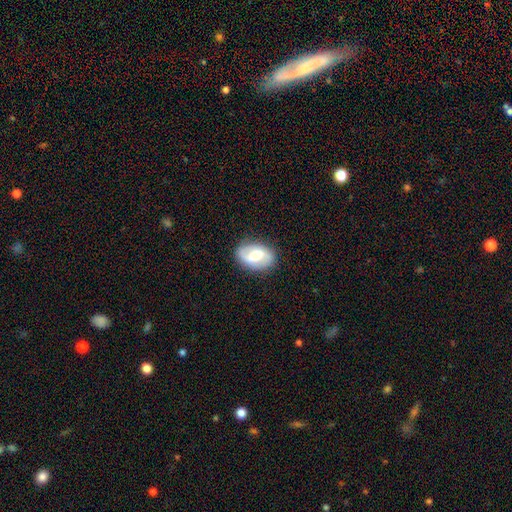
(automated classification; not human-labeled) This appears to be a featured or disk galaxy (58%) with a weak bar (47%), spiral arms (75%) and a moderate central bulge (56%). Merging: none (84%).